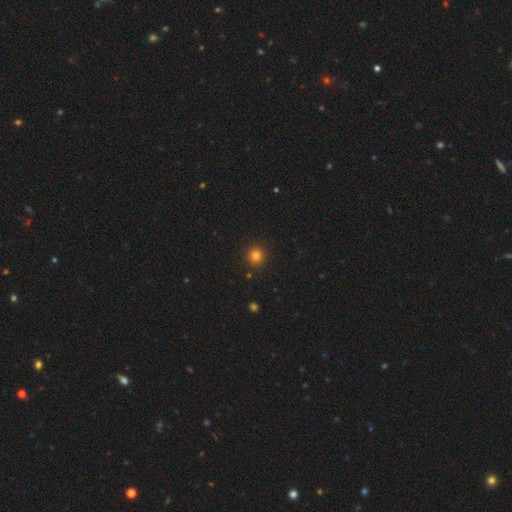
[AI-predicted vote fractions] Smooth or featured? Predicted: smooth (p=0.80). How rounded? Predicted: round (p=0.94). Merging? Predicted: none (p=0.92).